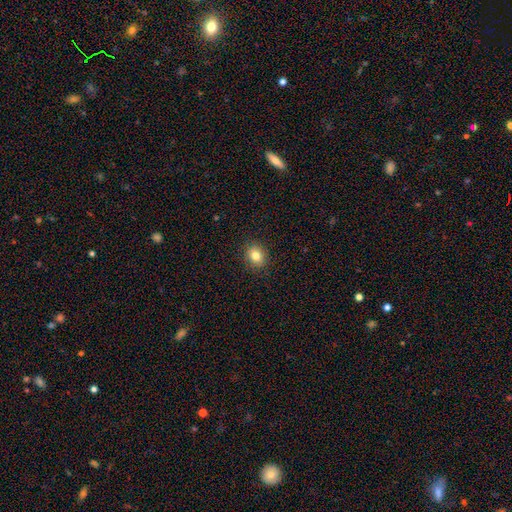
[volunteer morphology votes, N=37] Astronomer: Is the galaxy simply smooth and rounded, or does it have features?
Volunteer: smooth — 92%.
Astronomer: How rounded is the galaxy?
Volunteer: round — 68%.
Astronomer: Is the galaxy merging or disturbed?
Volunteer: none — 89%.